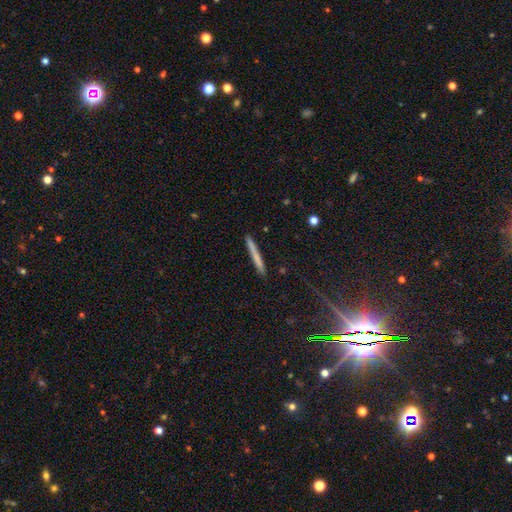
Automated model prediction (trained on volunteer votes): Q: Smooth or featured?
A: smooth (66%); runner-up: featured or disk (26%)
Q: How rounded?
A: cigar-shaped (97%); runner-up: in between (2%)
Q: Merging?
A: none (90%); runner-up: minor disturbance (7%)